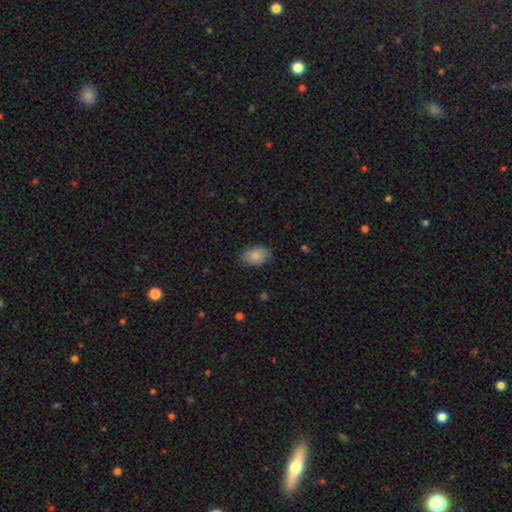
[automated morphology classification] Smooth or featured?
  - smooth: 87% *
  - star or artifact: 7%
  - featured or disk: 6%
How rounded?
  - in between: 80% *
  - round: 19%
  - cigar-shaped: 1%
Merging?
  - none: 80% *
  - minor disturbance: 16%
  - major disturbance: 3%
  - merger: 1%